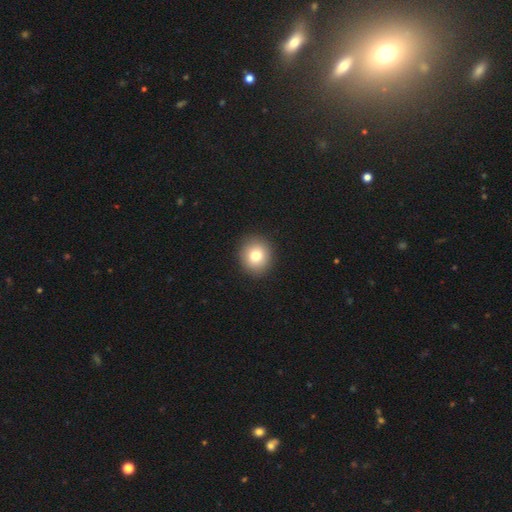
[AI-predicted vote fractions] Smooth or featured? smooth (79%)
How rounded? round (85%)
Merging? none (92%)